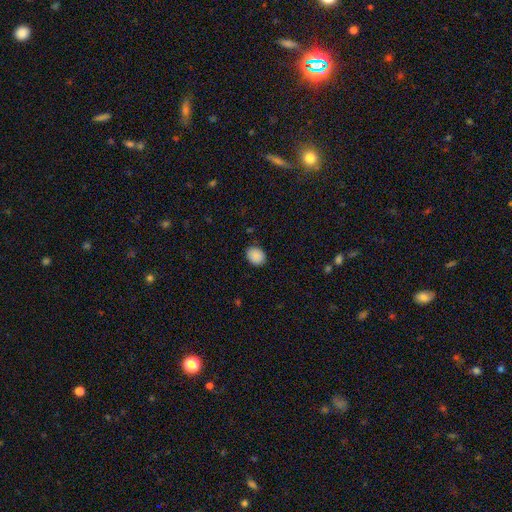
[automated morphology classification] Q: Smooth or featured?
A: smooth (89%); runner-up: star or artifact (8%)
Q: How rounded?
A: round (60%); runner-up: in between (39%)
Q: Merging?
A: none (88%); runner-up: minor disturbance (9%)